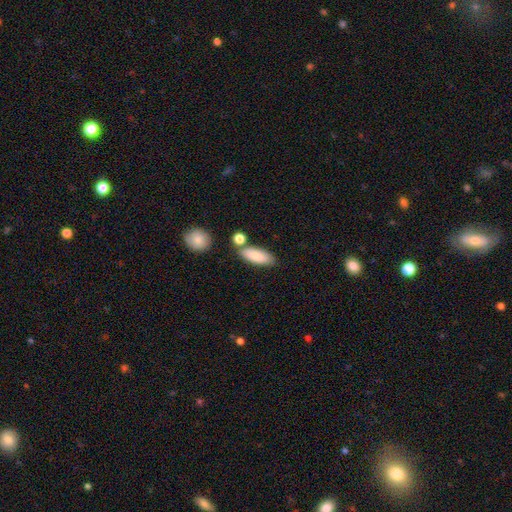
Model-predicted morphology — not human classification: Smooth or featured: smooth — 85% (featured or disk — 9%)
How rounded: in between — 76% (cigar-shaped — 21%)
Merging: none — 71% (minor disturbance — 13%)